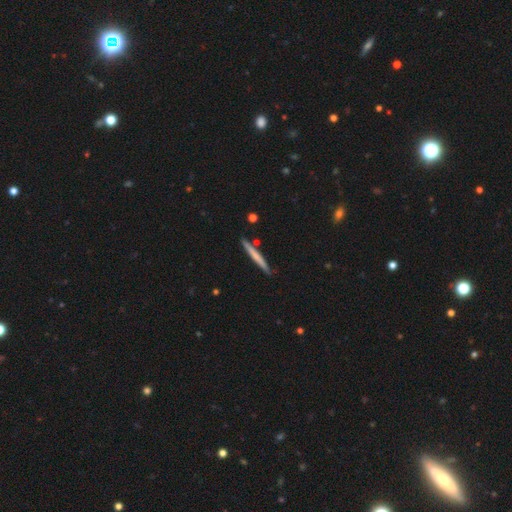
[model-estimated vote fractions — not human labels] A smooth galaxy with no disk features (57%) that is cigar-shaped (97%).

Vote fractions:
- Smooth or featured? smooth: 57% / featured or disk: 38% / star or artifact: 5%
- How rounded? cigar-shaped: 97% / in between: 2% / round: 1%
- Merging? none: 86% / minor disturbance: 9% / merger: 3% / major disturbance: 2%